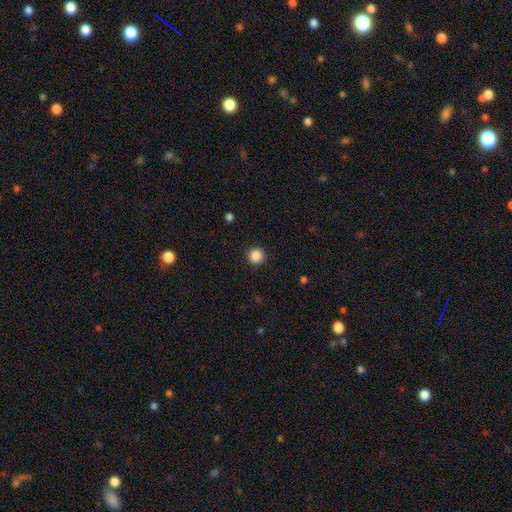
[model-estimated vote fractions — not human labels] A smooth galaxy with no disk features (87%) that is round (95%).

Vote fractions:
- Smooth or featured? smooth: 87% / star or artifact: 10% / featured or disk: 3%
- How rounded? round: 95% / in between: 4% / cigar-shaped: 1%
- Merging? none: 92% / minor disturbance: 5% / major disturbance: 2% / merger: 1%